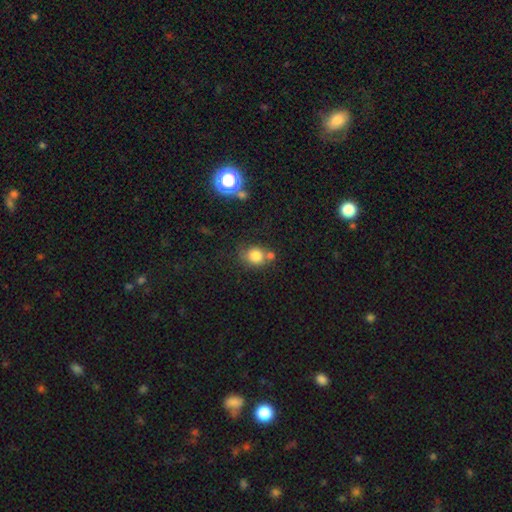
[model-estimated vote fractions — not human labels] This appears to be a smooth galaxy with no disk features (81%) that is round (72%). Merging: none (55%).